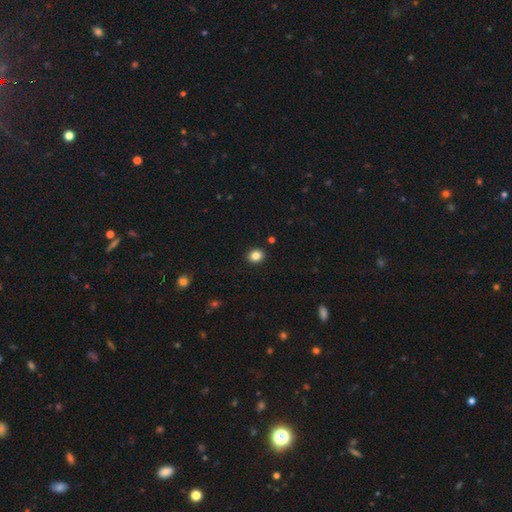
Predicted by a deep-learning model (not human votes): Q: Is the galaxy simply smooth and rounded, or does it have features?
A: smooth — 85%.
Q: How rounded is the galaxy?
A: round — 71%.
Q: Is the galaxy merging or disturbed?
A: none — 92%.